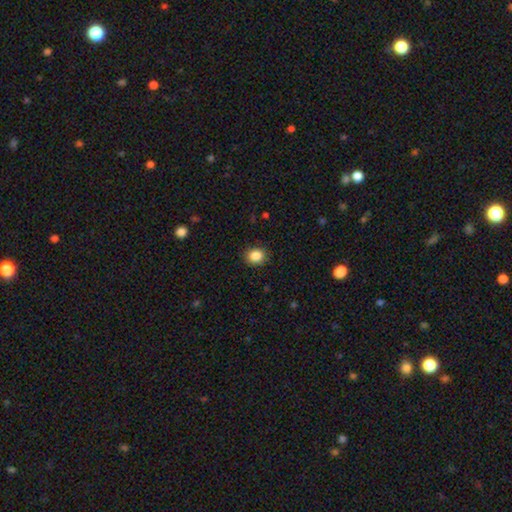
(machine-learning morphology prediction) Overall: smooth (86%). How rounded: round (66%; in between 33%). Merging: none (90%).